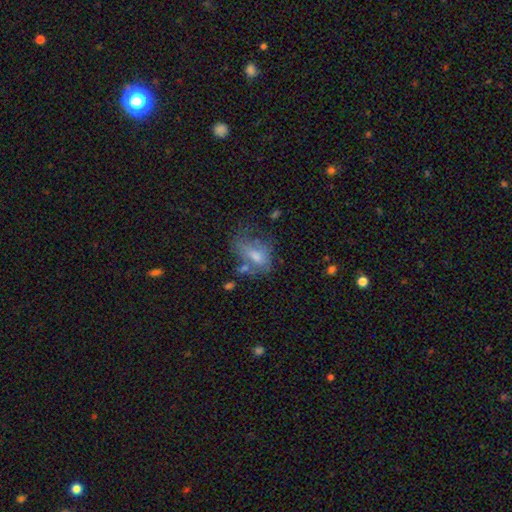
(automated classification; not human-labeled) A smooth galaxy with no disk features (54%) that is in between round and cigar-shaped (81%).

Vote fractions:
- Smooth or featured? smooth: 54% / featured or disk: 33% / star or artifact: 13%
- How rounded? in between: 81% / round: 14% / cigar-shaped: 5%
- Merging? none: 33% / major disturbance: 30% / minor disturbance: 26% / merger: 11%